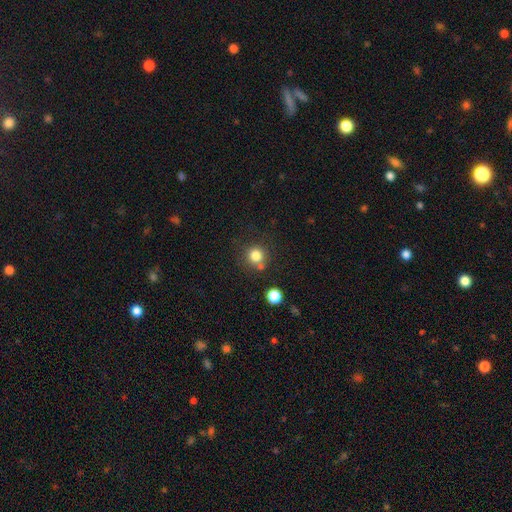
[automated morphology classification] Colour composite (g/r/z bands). It shows a smooth galaxy with no disk features (80%) that is round (92%). Merging: none (71%).